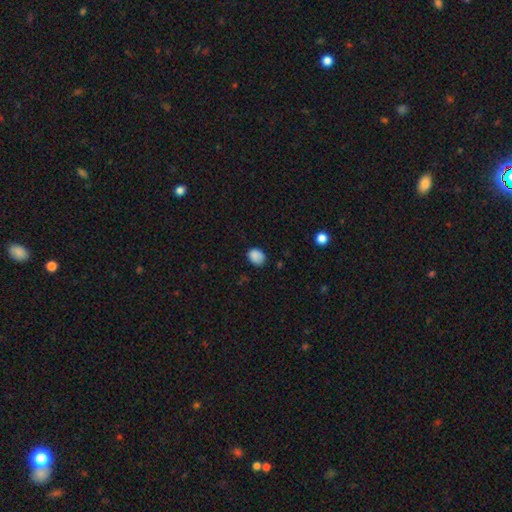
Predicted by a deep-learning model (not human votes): Overall: smooth (86%). How rounded: round (51%; in between 48%). Merging: none (72%).